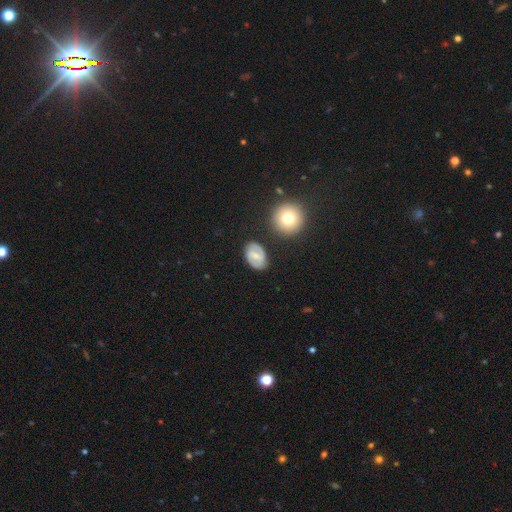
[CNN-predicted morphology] The model was most divided on "smooth or featured": smooth: 53%, featured or disk: 40%, star or artifact: 8%. More confident: merging — none (81%); how rounded — in between (77%).